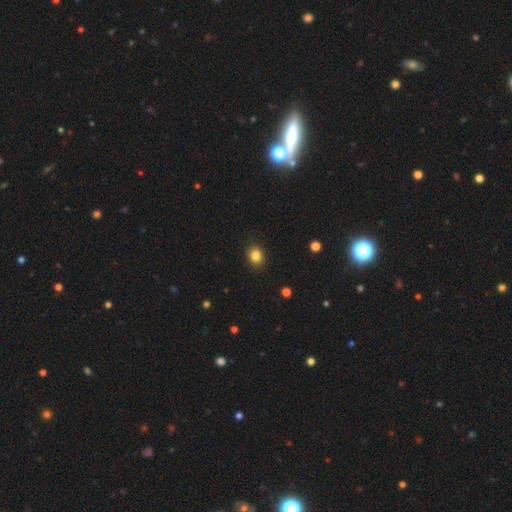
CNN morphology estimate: The model was most divided on "how rounded": round: 63%, in between: 36%, cigar-shaped: 1%. More confident: merging — none (89%); smooth or featured — smooth (84%).